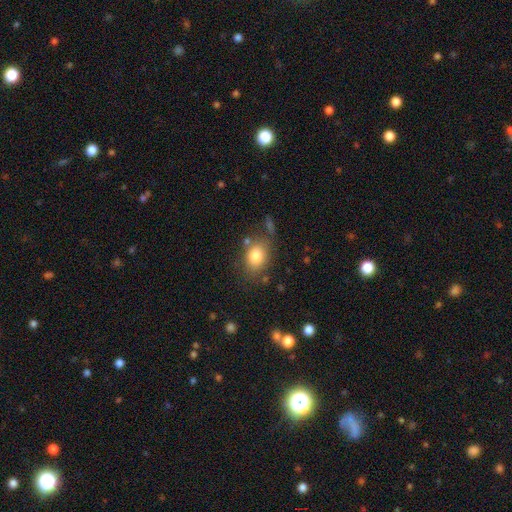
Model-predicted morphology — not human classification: Overall: smooth (81%). How rounded: in between (63%; round 35%). Merging: none (68%).